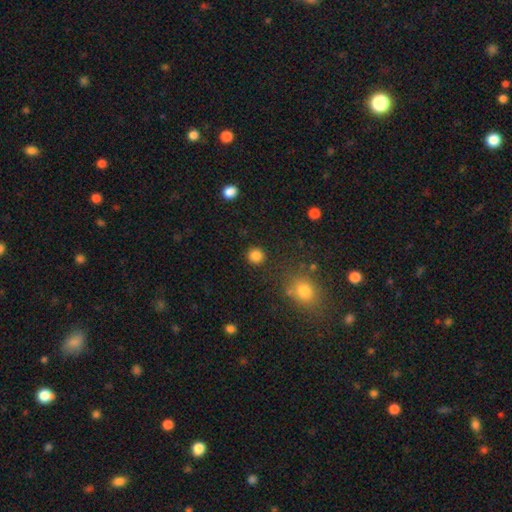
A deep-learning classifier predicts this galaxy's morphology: Smooth or featured? Predicted: smooth (p=0.84). How rounded? Predicted: round (p=0.91). Merging? Predicted: none (p=0.90).